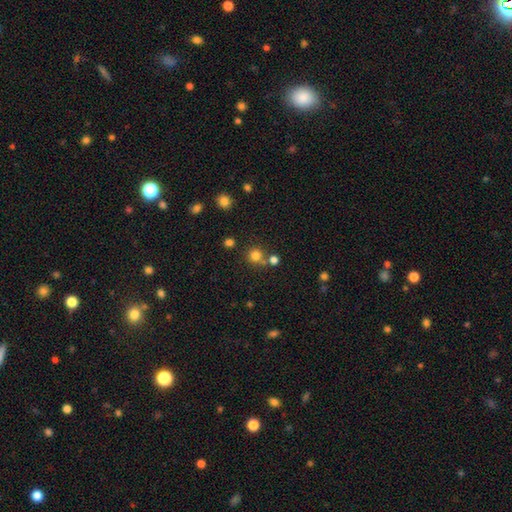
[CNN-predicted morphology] Overall: smooth (78%). How rounded: round (92%). Merging: none (69%).